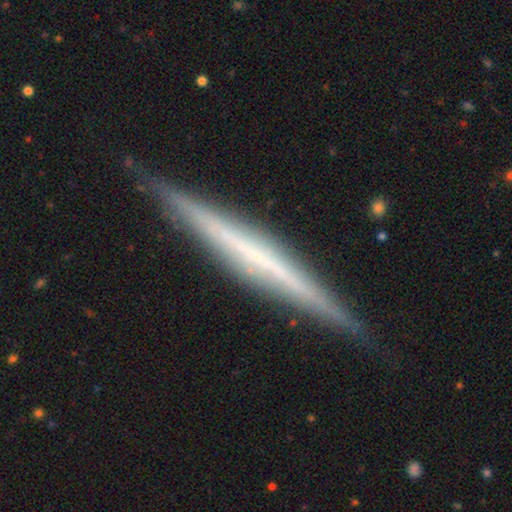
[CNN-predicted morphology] type=featured or disk (75%); edge-on=yes (98%); edge-on bulge=none (80%); merging=none (90%).